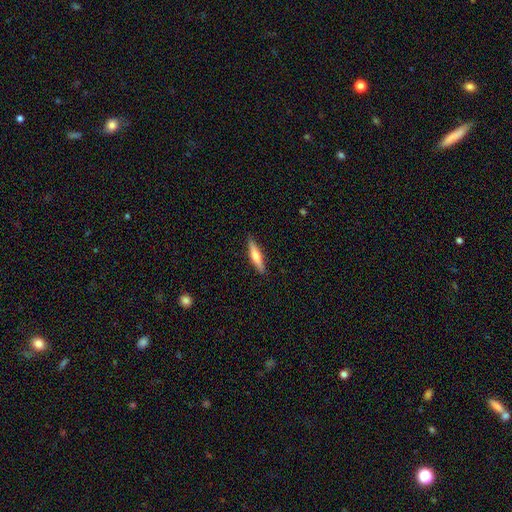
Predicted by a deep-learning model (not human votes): Overall: smooth (55%; featured or disk 40%). How rounded: cigar-shaped (83%). Merging: none (90%).